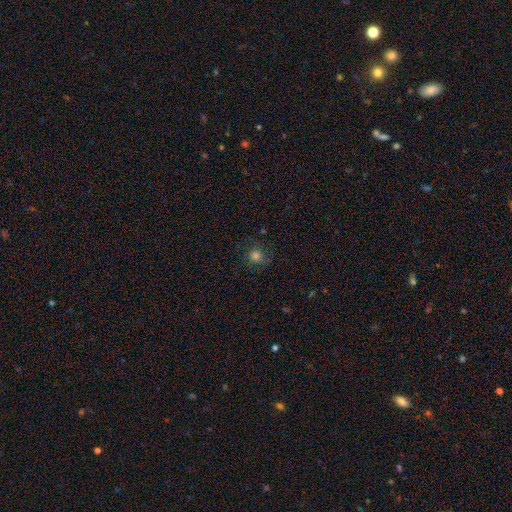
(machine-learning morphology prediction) A smooth galaxy with no disk features (61%) that is round (86%).

Vote fractions:
- Smooth or featured? smooth: 61% / featured or disk: 21% / star or artifact: 19%
- How rounded? round: 86% / in between: 13% / cigar-shaped: 1%
- Merging? none: 72% / minor disturbance: 16% / major disturbance: 10% / merger: 1%